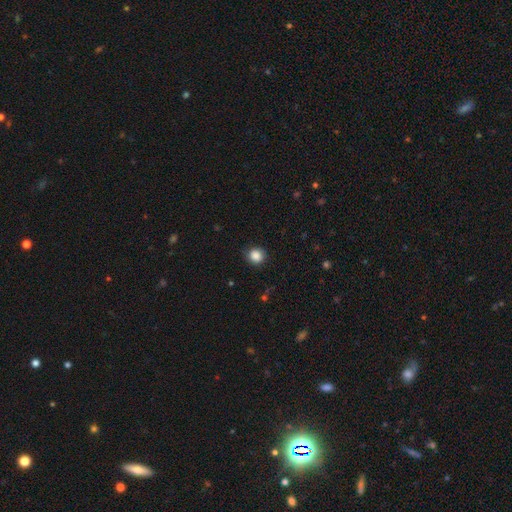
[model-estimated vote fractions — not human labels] This is clearly a smooth galaxy (86%). How rounded: clearly round (86%). Merging: clearly none (85%).